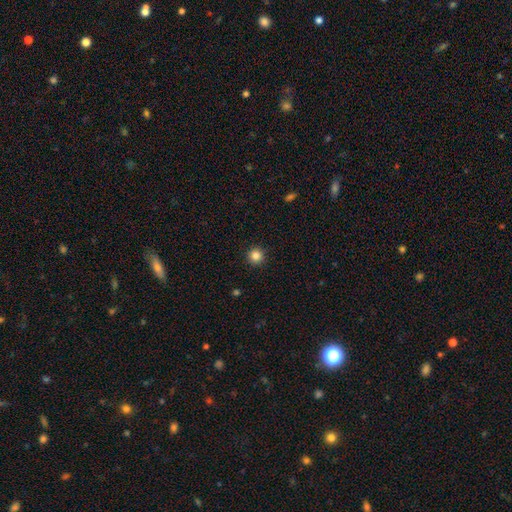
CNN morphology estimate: This appears to be a smooth galaxy with no disk features (85%) that is round (96%). Merging: none (93%).